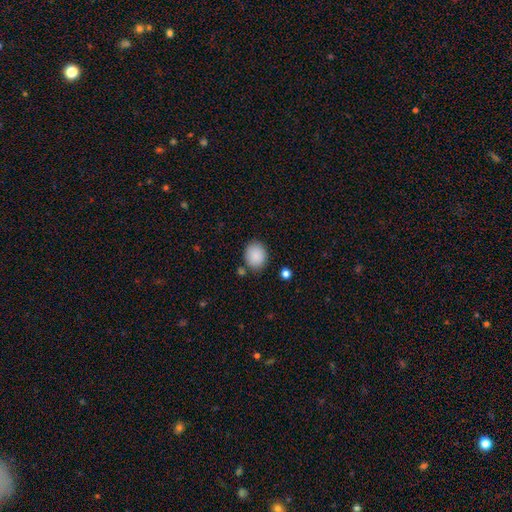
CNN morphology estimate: A smooth galaxy with no disk features (89%) that is round (55%). Merging: none (80%).